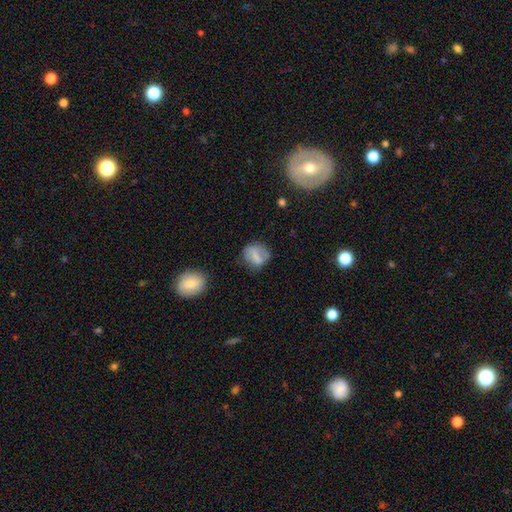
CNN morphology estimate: A smooth galaxy with no disk features (61%) that is round (55%).

Vote fractions:
- Smooth or featured? smooth: 61% / featured or disk: 30% / star or artifact: 10%
- How rounded? round: 55% / in between: 42% / cigar-shaped: 3%
- Merging? none: 63% / minor disturbance: 23% / major disturbance: 10% / merger: 4%